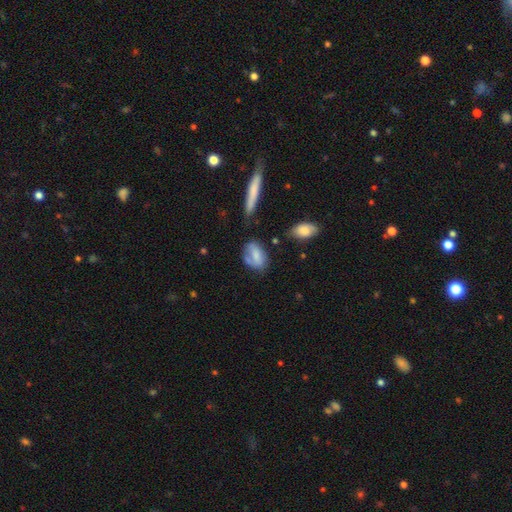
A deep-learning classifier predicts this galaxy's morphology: smooth 64%, featured or disk 27%, star or artifact 8%. Down the decision tree: how rounded — in between (83%); merging — none (47%).